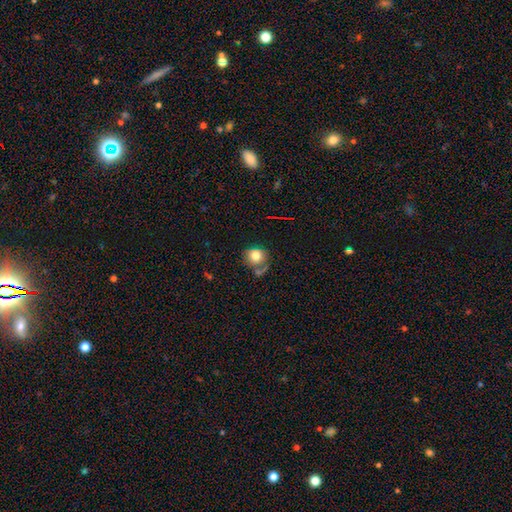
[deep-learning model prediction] Q: Smooth or featured?
A: smooth (76%); runner-up: featured or disk (15%)
Q: How rounded?
A: round (76%); runner-up: in between (23%)
Q: Merging?
A: none (52%); runner-up: minor disturbance (20%)